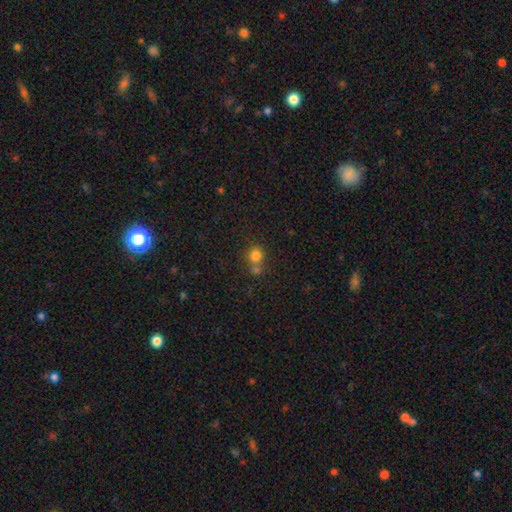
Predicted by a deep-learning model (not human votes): A smooth galaxy with no disk features (79%) that is round (85%). Merging: none (51%).